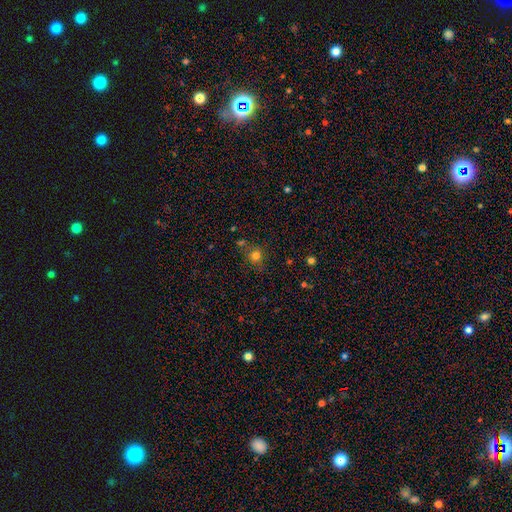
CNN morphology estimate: smooth 78%, star or artifact 16%, featured or disk 6%. Down the decision tree: how rounded — round (88%); merging — none (76%).